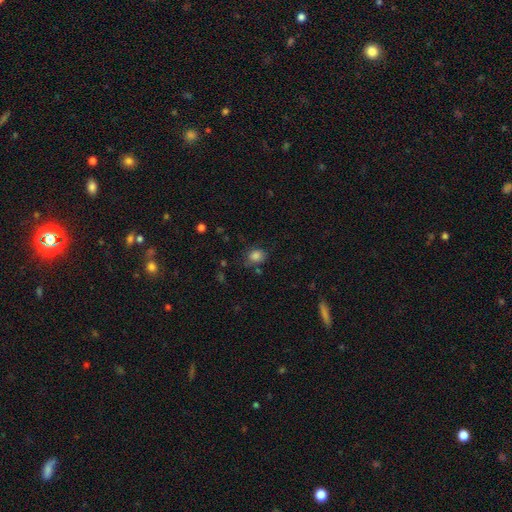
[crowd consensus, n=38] A smooth galaxy with no disk features (89%) that is in between round and cigar-shaped (56%). Merging: none (54%).